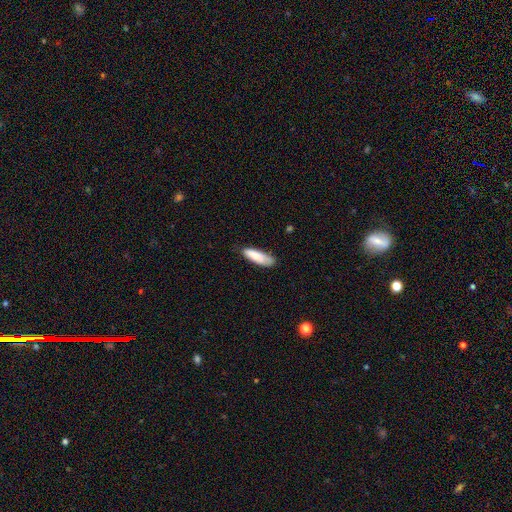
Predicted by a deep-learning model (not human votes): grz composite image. It shows a smooth galaxy with no disk features (81%) that is in between round and cigar-shaped (52%). Merging: none (64%).